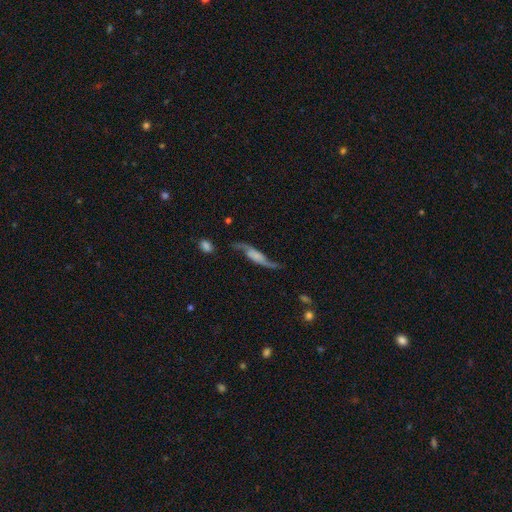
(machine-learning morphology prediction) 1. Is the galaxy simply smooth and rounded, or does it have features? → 78% featured or disk, 16% smooth, 6% star or artifact.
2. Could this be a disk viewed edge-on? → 76% no, 24% yes.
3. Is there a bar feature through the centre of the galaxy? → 52% no, 30% weak, 18% strong.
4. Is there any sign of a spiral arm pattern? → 93% yes, 7% no.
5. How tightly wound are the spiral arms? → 88% loose, 8% medium, 3% tight.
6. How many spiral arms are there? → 92% 2, 3% 1, 2% can't tell, 1% 3, 1% 4, 1% more than 4.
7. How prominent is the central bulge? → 54% none, 21% small, 12% moderate, 9% large, 5% dominant.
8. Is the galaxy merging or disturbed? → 64% none, 20% minor disturbance, 11% major disturbance, 5% merger.